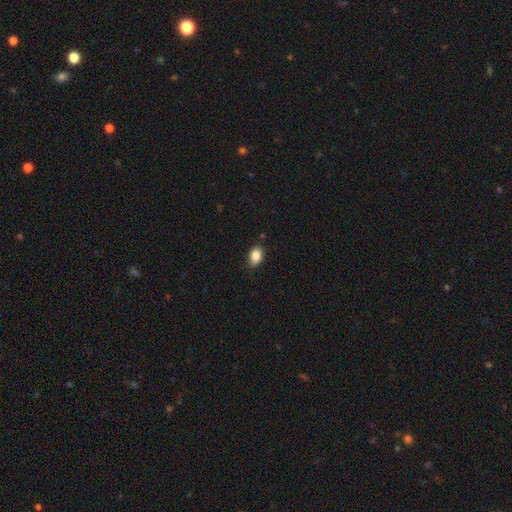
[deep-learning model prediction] A smooth galaxy with no disk features (86%) that is in between round and cigar-shaped (82%).

Vote fractions:
- Smooth or featured? smooth: 86% / star or artifact: 9% / featured or disk: 5%
- How rounded? in between: 82% / round: 16% / cigar-shaped: 2%
- Merging? none: 84% / minor disturbance: 12% / major disturbance: 2% / merger: 1%